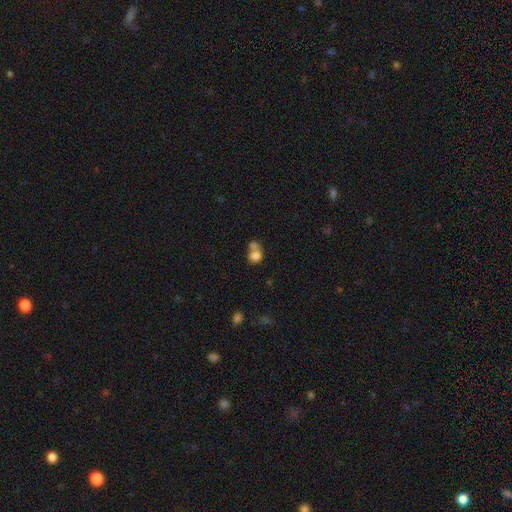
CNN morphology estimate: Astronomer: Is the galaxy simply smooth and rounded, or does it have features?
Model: smooth — 77%.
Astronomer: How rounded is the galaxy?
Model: round — 69%.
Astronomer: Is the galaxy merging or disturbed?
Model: merger — 56% (runner-up: none, 32%).